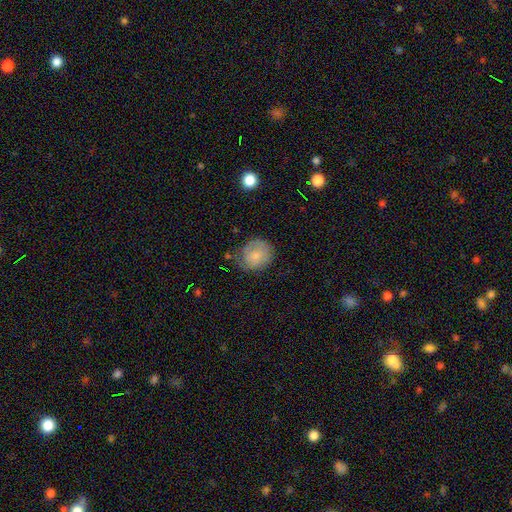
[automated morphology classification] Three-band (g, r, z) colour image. It shows a smooth galaxy with no disk features (70%) that is round (76%). Merging: none (63%).